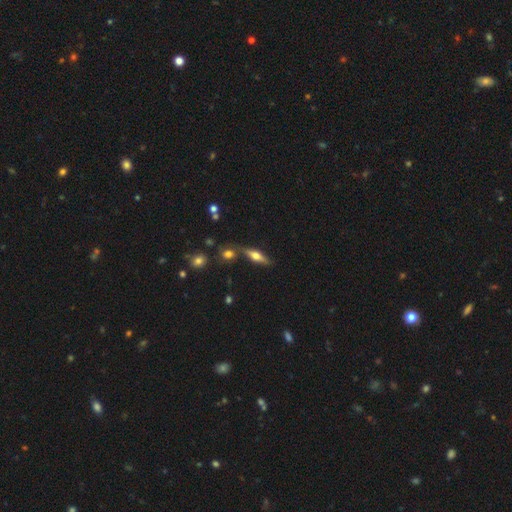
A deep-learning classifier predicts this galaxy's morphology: Overall: featured or disk (47%; smooth 46%). Merging: none (70%).